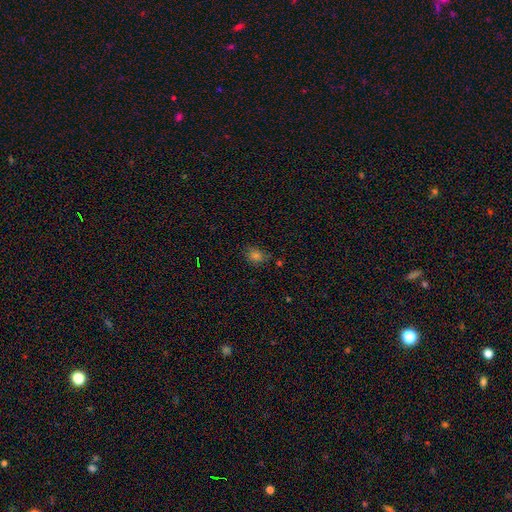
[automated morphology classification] Q: Smooth or featured?
A: smooth (69%); runner-up: star or artifact (24%)
Q: How rounded?
A: in between (53%); runner-up: round (45%)
Q: Merging?
A: none (76%); runner-up: minor disturbance (16%)